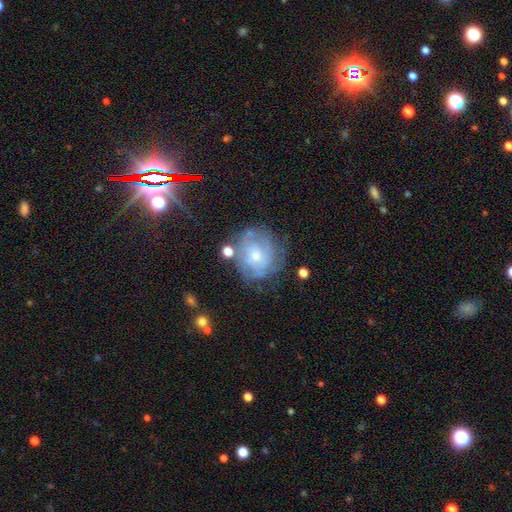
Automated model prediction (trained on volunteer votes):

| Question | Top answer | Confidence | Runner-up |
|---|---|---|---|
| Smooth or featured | featured or disk | 67% | smooth (25%) |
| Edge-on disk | no | 97% | yes (3%) |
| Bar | no | 77% | weak (20%) |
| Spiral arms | yes | 76% | no (24%) |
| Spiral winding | tight | 64% | medium (26%) |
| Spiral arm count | can't tell | 54% | 2 (17%) |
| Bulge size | small | 56% | moderate (39%) |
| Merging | none | 63% | minor disturbance (21%) |